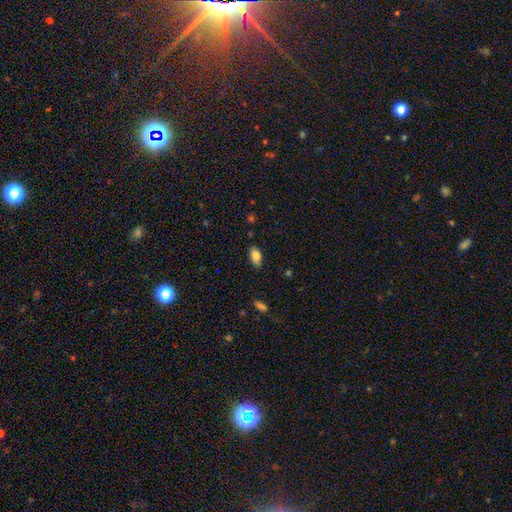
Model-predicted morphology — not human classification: A smooth galaxy with no disk features (85%) that is in between round and cigar-shaped (91%). Merging: none (79%).